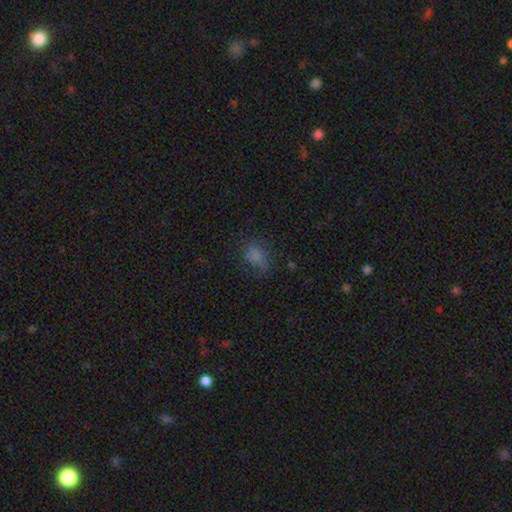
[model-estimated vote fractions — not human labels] smooth-or-featured: smooth: 72% | star or artifact: 18% | featured or disk: 10%
  how-rounded: in between: 67% | round: 31% | cigar-shaped: 2%
  merging: none: 56% | minor disturbance: 26% | major disturbance: 16% | merger: 2%